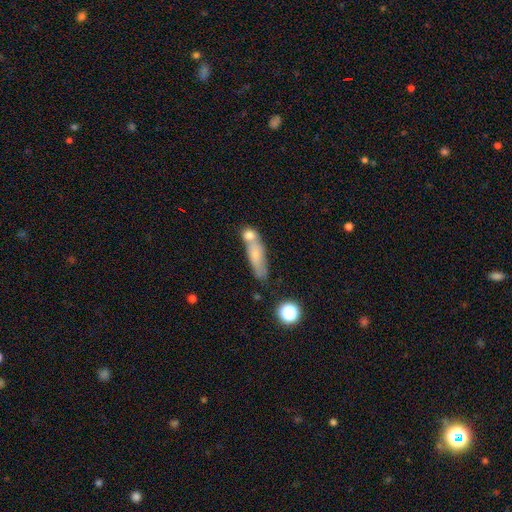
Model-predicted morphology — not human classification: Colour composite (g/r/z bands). It shows a smooth galaxy with no disk features (68%) that is cigar-shaped (50%). Merging: merger (43%).